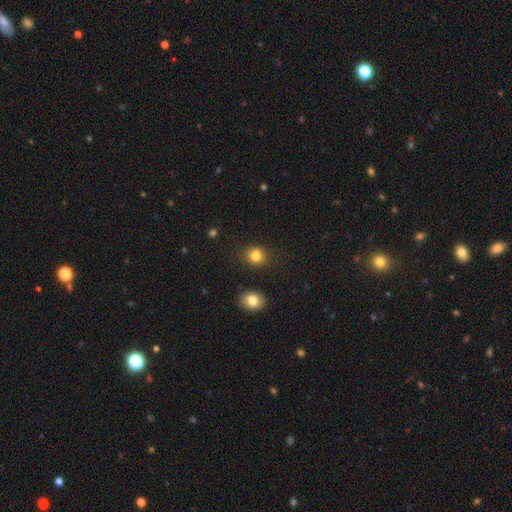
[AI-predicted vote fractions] smooth_or_featured: smooth (p=0.82) [alt: star or artifact p=0.12]
how_rounded: round (p=0.74) [alt: in between p=0.25]
merging: none (p=0.84) [alt: minor disturbance p=0.10]